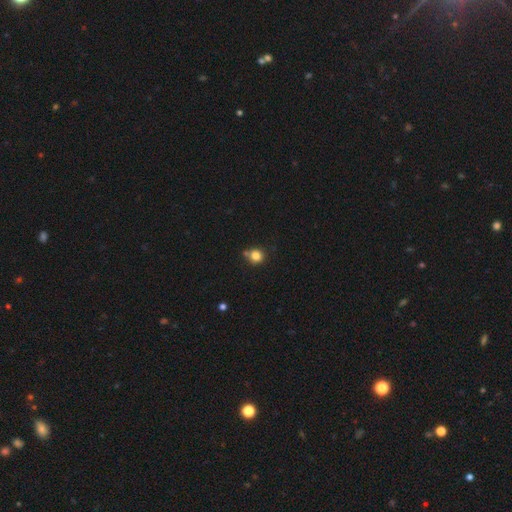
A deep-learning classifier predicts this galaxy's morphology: Q: Smooth or featured?
A: smooth (82%); runner-up: star or artifact (12%)
Q: How rounded?
A: round (87%); runner-up: in between (12%)
Q: Merging?
A: none (68%); runner-up: minor disturbance (15%)